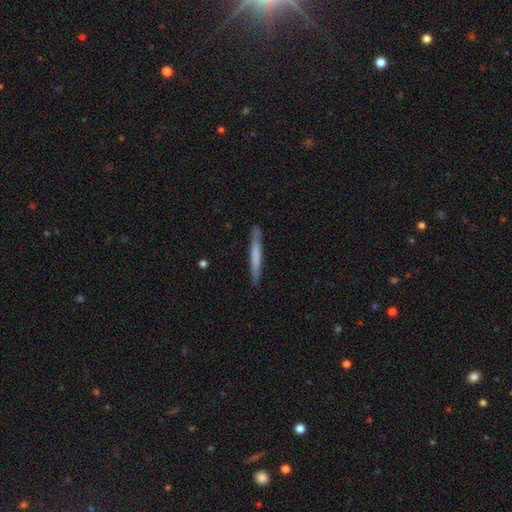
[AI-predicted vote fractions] A smooth galaxy with no disk features (64%) that is cigar-shaped (97%).

Vote fractions:
- Smooth or featured? smooth: 64% / featured or disk: 31% / star or artifact: 5%
- How rounded? cigar-shaped: 97% / in between: 2% / round: 1%
- Merging? none: 88% / minor disturbance: 9% / major disturbance: 2% / merger: 1%